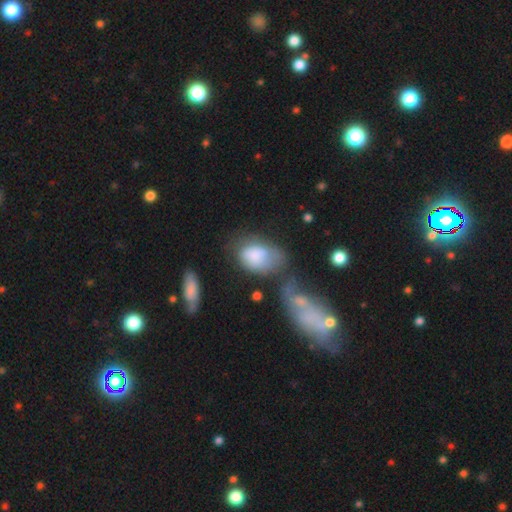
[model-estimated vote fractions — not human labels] Smooth or featured? smooth (71%)
How rounded? in between (85%)
Merging? none (26%)